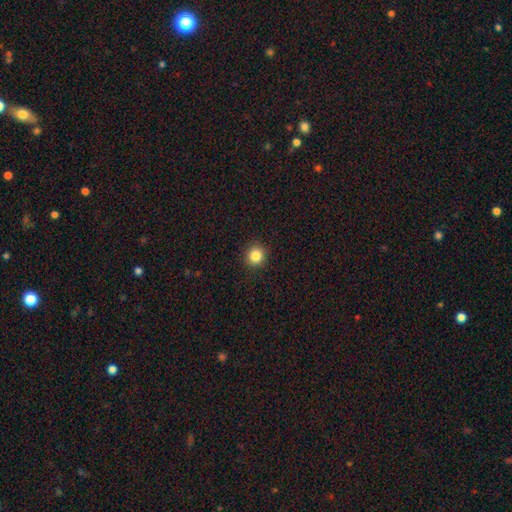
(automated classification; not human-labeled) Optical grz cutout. It shows a smooth galaxy with no disk features (84%) that is round (92%). Merging: none (92%).